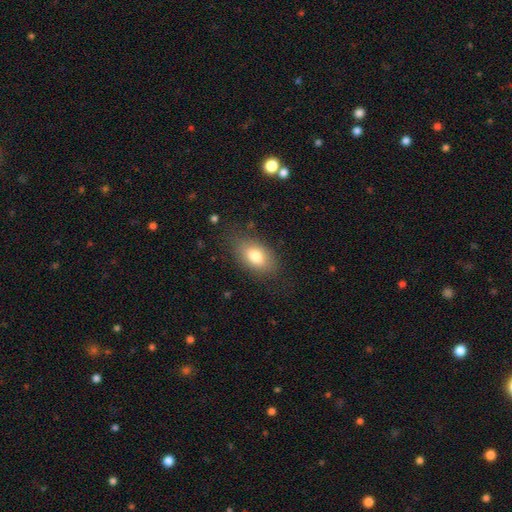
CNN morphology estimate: A smooth galaxy with no disk features (78%) that is in between round and cigar-shaped (90%). Merging: none (78%).